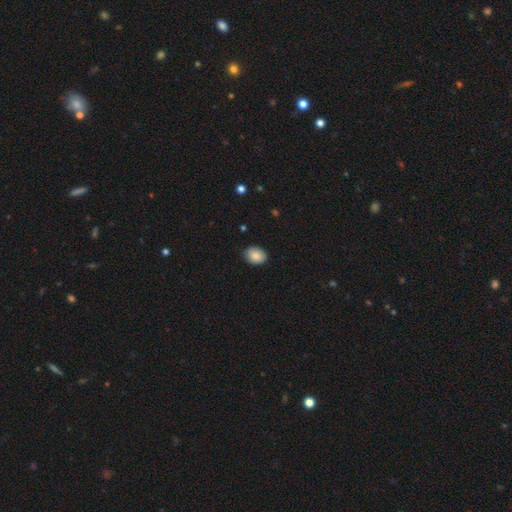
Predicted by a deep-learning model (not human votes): A smooth galaxy with no disk features (84%) that is in between round and cigar-shaped (59%).

Vote fractions:
- Smooth or featured? smooth: 84% / featured or disk: 8% / star or artifact: 8%
- How rounded? in between: 59% / round: 40% / cigar-shaped: 1%
- Merging? none: 84% / minor disturbance: 13% / major disturbance: 2% / merger: 1%